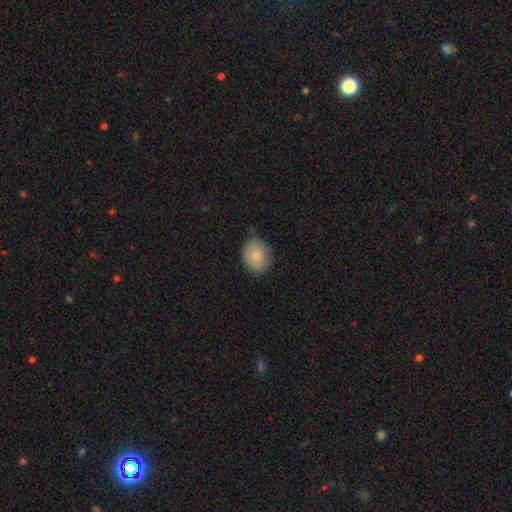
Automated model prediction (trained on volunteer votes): A smooth galaxy with no disk features (85%) that is round (65%). Merging: none (70%).